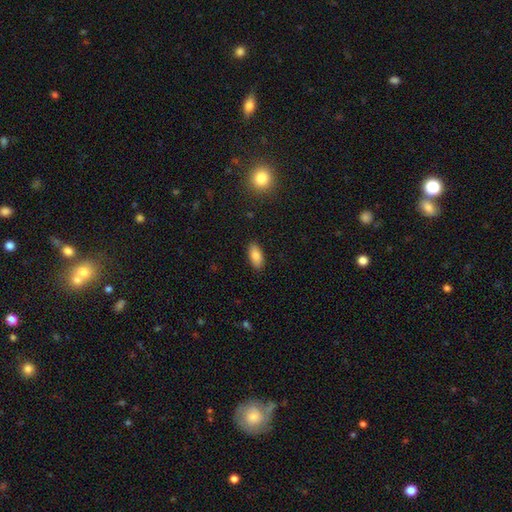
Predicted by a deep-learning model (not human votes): Overall: smooth (85%). How rounded: in between (89%). Merging: none (88%).